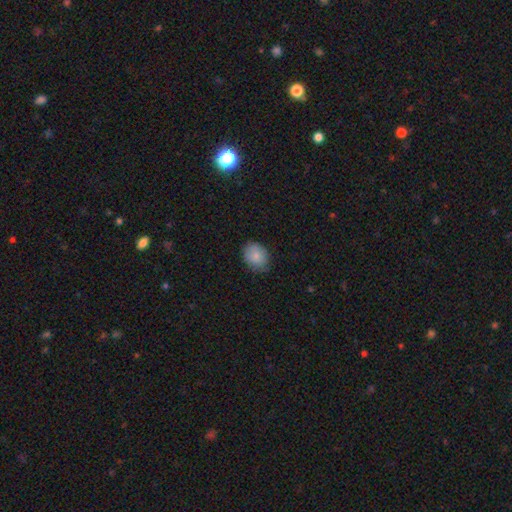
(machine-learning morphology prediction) smooth 85%, featured or disk 8%, star or artifact 7%. Down the decision tree: how rounded — in between (56%); merging — none (76%).